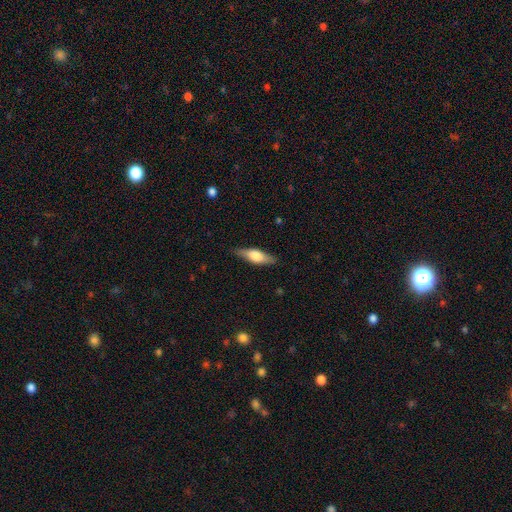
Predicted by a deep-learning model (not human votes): This appears to be a smooth galaxy with no disk features (53%) that is in between round and cigar-shaped (50%). Merging: none (84%).